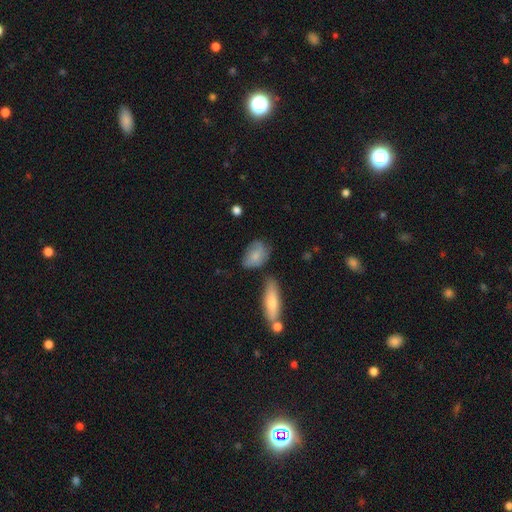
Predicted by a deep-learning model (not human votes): Q: Smooth or featured?
A: smooth (71%); runner-up: featured or disk (22%)
Q: How rounded?
A: in between (79%); runner-up: round (17%)
Q: Merging?
A: none (53%); runner-up: minor disturbance (30%)